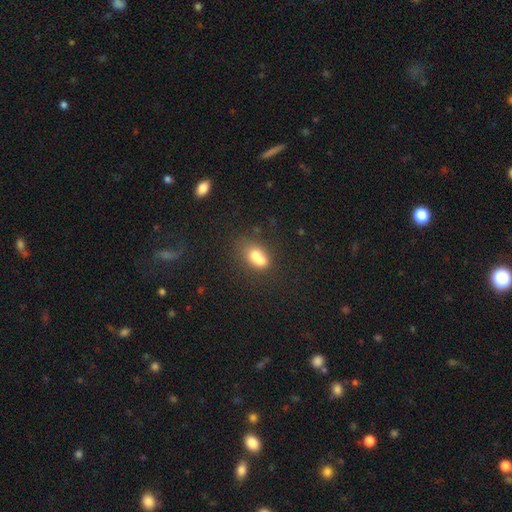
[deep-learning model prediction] Smooth or featured: smooth — 69% (featured or disk — 20%)
How rounded: in between — 75% (round — 20%)
Merging: merger — 47% (none — 30%)